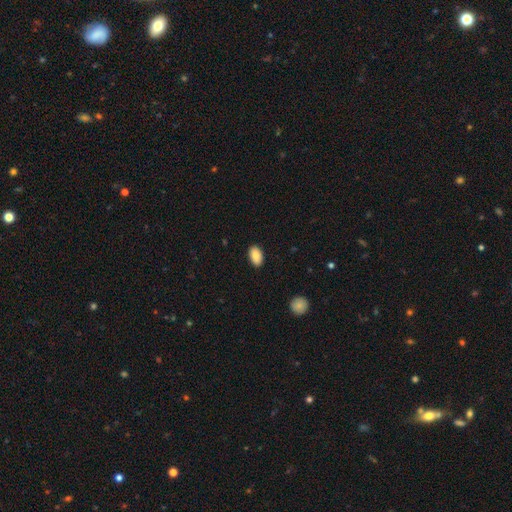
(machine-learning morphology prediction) Smooth or featured?
  - smooth: 88% *
  - star or artifact: 7%
  - featured or disk: 5%
How rounded?
  - in between: 93% *
  - round: 5%
  - cigar-shaped: 2%
Merging?
  - none: 88% *
  - minor disturbance: 9%
  - major disturbance: 2%
  - merger: 1%